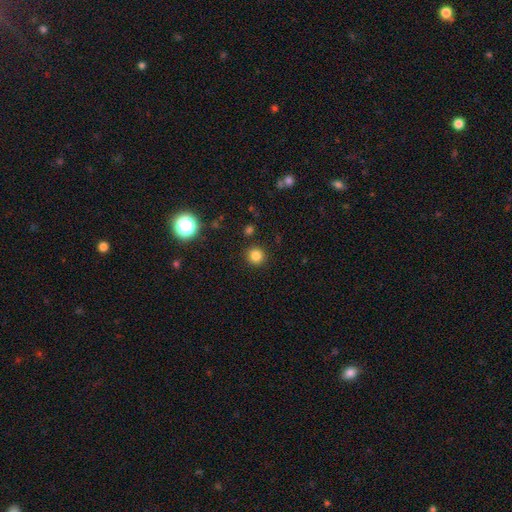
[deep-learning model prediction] smooth 83%, star or artifact 13%, featured or disk 4%. Down the decision tree: how rounded — round (93%); merging — none (91%).